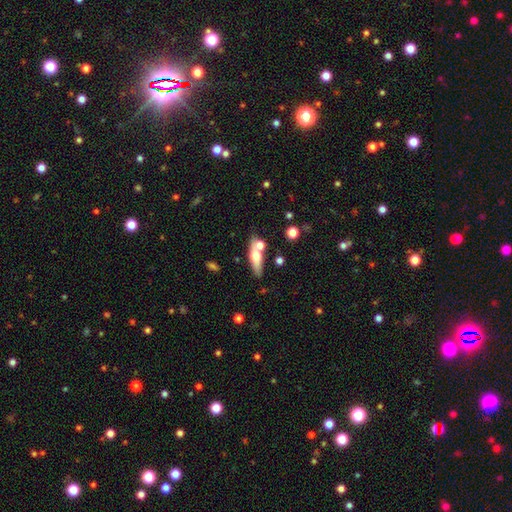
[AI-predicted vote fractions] Q: Smooth or featured?
A: smooth (56%); runner-up: featured or disk (36%)
Q: How rounded?
A: cigar-shaped (50%); runner-up: in between (45%)
Q: Merging?
A: none (61%); runner-up: merger (20%)